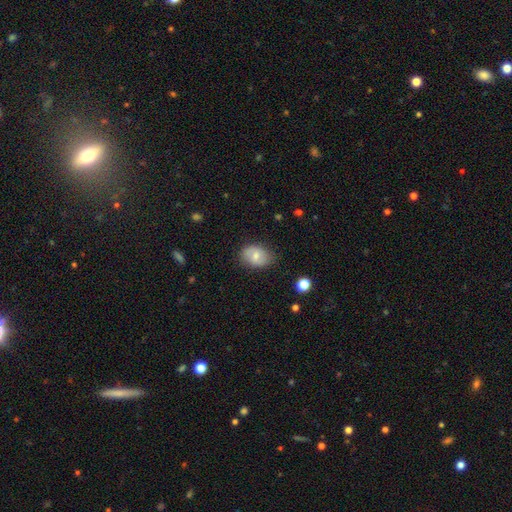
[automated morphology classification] smooth 64%, featured or disk 28%, star or artifact 8%. Down the decision tree: how rounded — in between (75%); merging — none (76%).